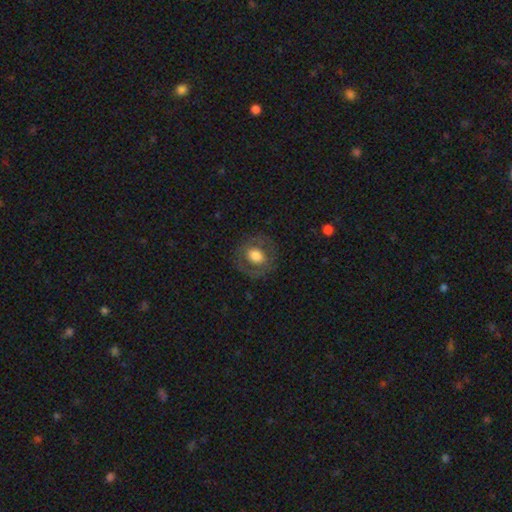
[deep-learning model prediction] This appears to be a smooth galaxy with no disk features (56%) that is round (73%). Merging: none (79%).